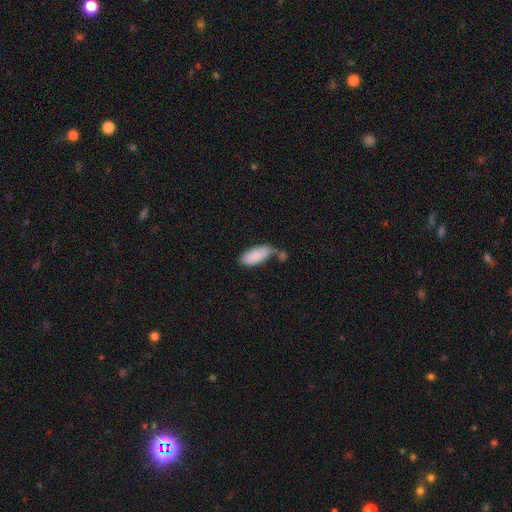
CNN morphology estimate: Smooth or featured?
  - smooth: 86% *
  - featured or disk: 8%
  - star or artifact: 7%
How rounded?
  - in between: 88% *
  - cigar-shaped: 10%
  - round: 2%
Merging?
  - none: 41% *
  - minor disturbance: 27%
  - merger: 21%
  - major disturbance: 11%